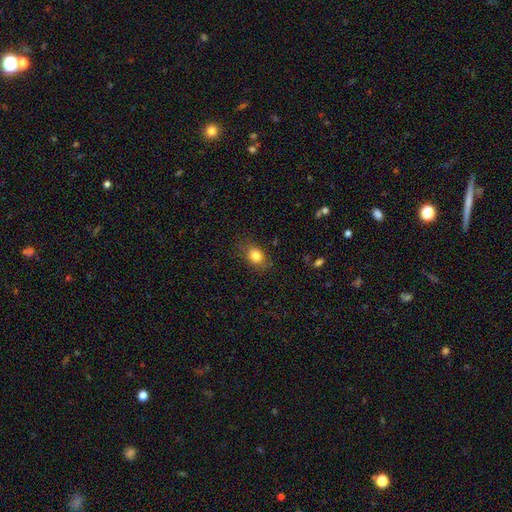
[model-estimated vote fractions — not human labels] Smooth or featured? Predicted: smooth (p=0.82). How rounded? Predicted: in between (p=0.62). Merging? Predicted: none (p=0.77).